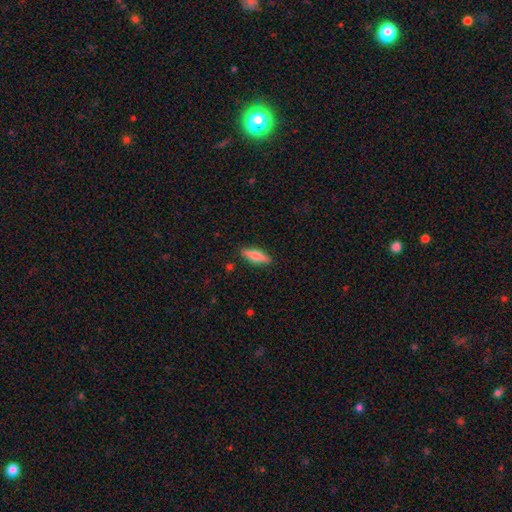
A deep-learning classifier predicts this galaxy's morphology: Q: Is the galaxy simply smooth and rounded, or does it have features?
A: smooth — 69%.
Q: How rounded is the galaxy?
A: cigar-shaped — 55%.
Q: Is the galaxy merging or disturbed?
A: none — 87%.